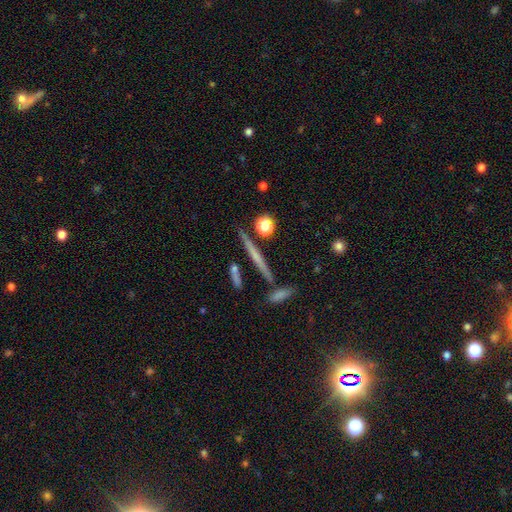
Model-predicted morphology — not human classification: A featured or disk galaxy (52%) viewed edge-on (95%).

Vote fractions:
- Smooth or featured? featured or disk: 52% / smooth: 37% / star or artifact: 11%
- Edge-on disk? yes: 95% / no: 5%
- Merging? none: 83% / minor disturbance: 8% / merger: 6% / major disturbance: 3%